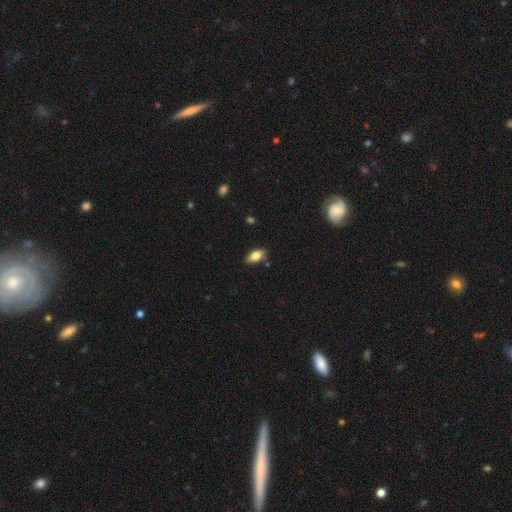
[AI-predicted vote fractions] Smooth or featured: smooth — 73% (featured or disk — 19%)
How rounded: in between — 87% (cigar-shaped — 9%)
Merging: none — 79% (minor disturbance — 15%)